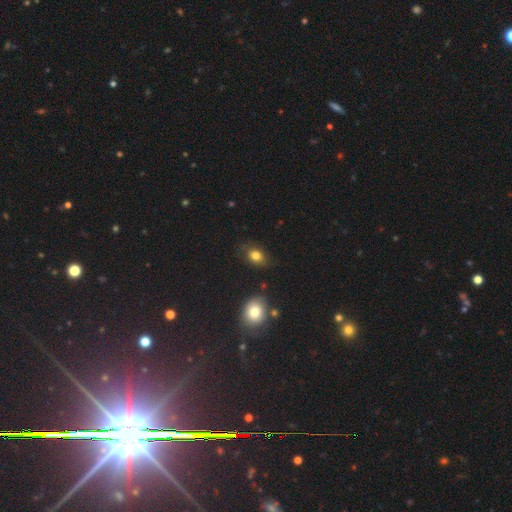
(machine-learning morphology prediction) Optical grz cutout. It shows a smooth galaxy with no disk features (79%) that is in between round and cigar-shaped (73%). Merging: none (74%).